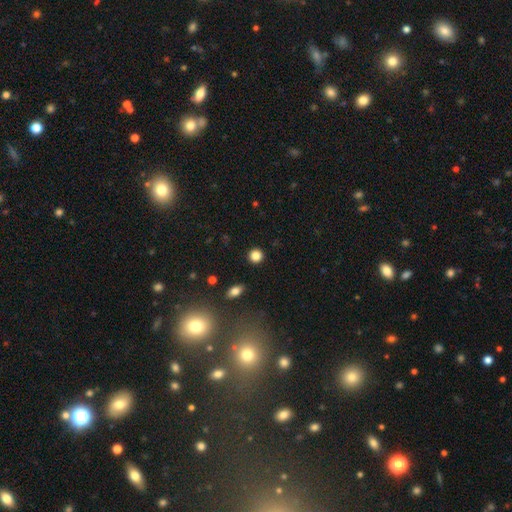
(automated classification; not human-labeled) smooth-or-featured: smooth: 84% | star or artifact: 11% | featured or disk: 4%
  how-rounded: round: 92% | in between: 7% | cigar-shaped: 1%
  merging: none: 91% | minor disturbance: 5% | major disturbance: 2% | merger: 2%